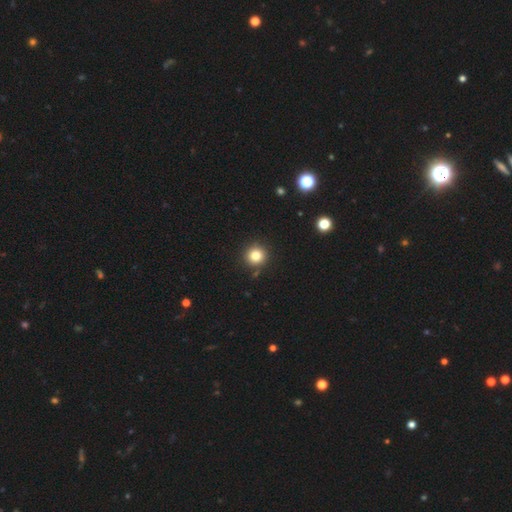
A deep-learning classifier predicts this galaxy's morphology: This appears to be a smooth galaxy with no disk features (82%) that is round (94%). Merging: none (89%).